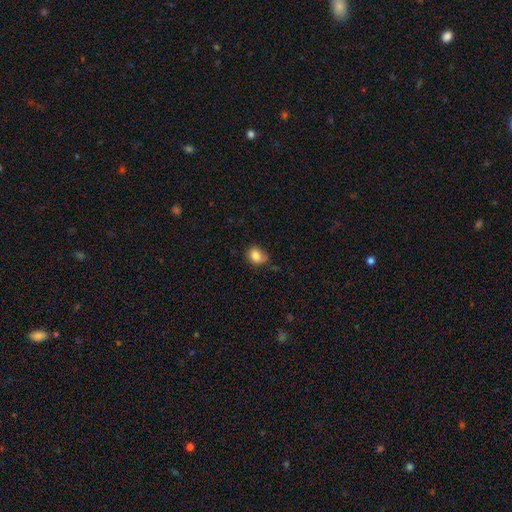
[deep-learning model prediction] Smooth or featured? Predicted: smooth (p=0.83). How rounded? Predicted: round (p=0.56). Merging? Predicted: none (p=0.61).